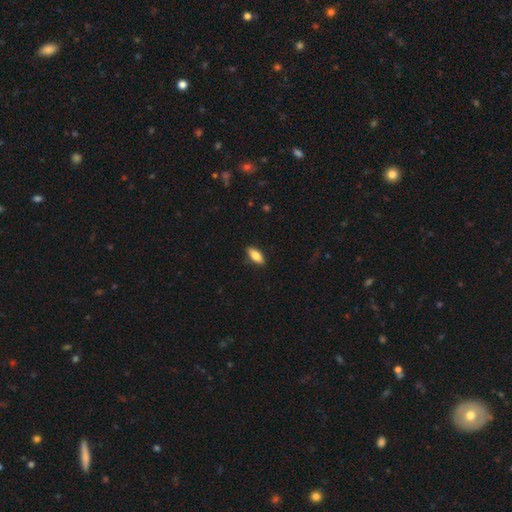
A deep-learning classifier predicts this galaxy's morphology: This is likely a smooth galaxy (78%). How rounded: likely in between (79%). Merging: clearly none (87%).